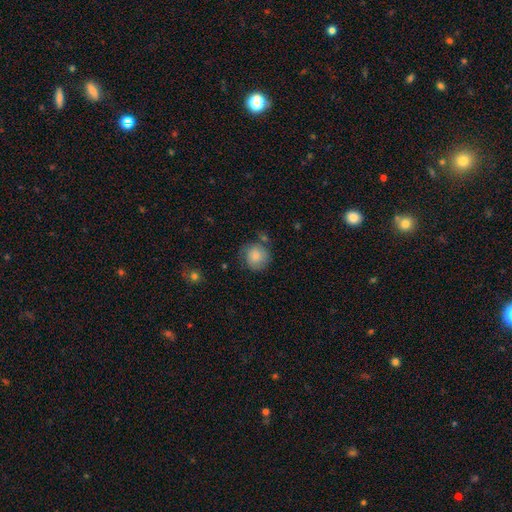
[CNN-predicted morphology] A smooth galaxy with no disk features (75%) that is round (89%). Merging: none (63%).